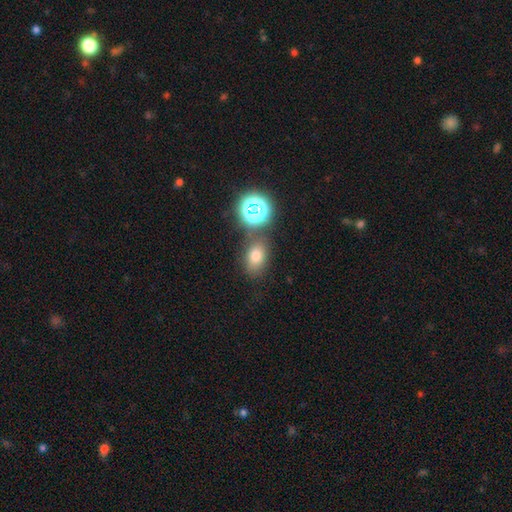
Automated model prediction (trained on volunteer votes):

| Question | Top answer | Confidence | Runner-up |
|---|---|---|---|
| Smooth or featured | smooth | 71% | star or artifact (19%) |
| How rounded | in between | 69% | round (29%) |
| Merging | none | 71% | minor disturbance (13%) |